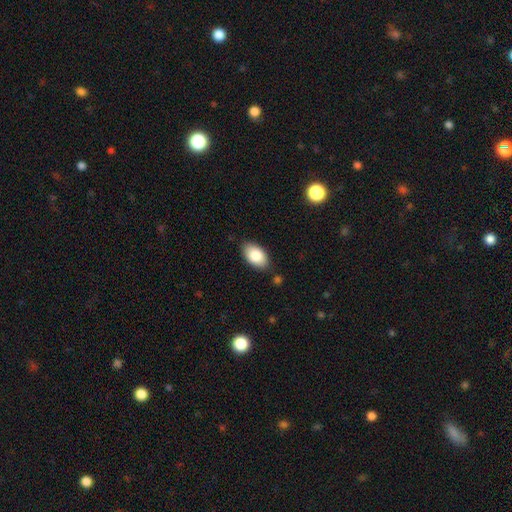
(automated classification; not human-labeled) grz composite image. It shows a smooth galaxy with no disk features (85%) that is in between round and cigar-shaped (94%). Merging: none (84%).